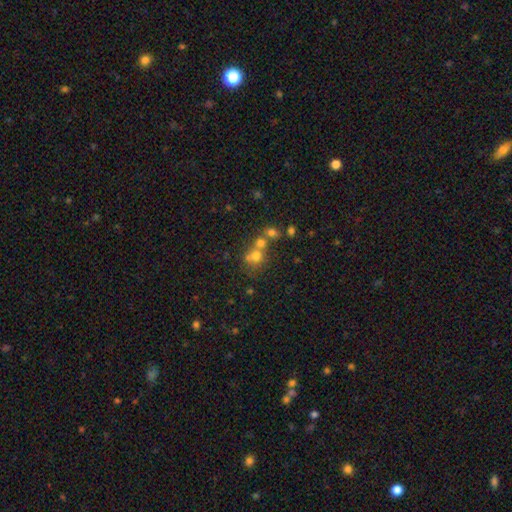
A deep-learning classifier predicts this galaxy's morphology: Overall: smooth (65%). How rounded: round (79%). Merging: merger (47%; none 39%).